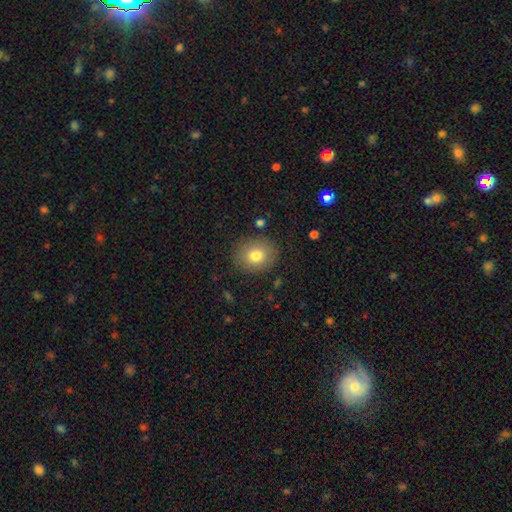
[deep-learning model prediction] Smooth or featured? Predicted: smooth (p=0.78). How rounded? Predicted: round (p=0.73). Merging? Predicted: none (p=0.86).